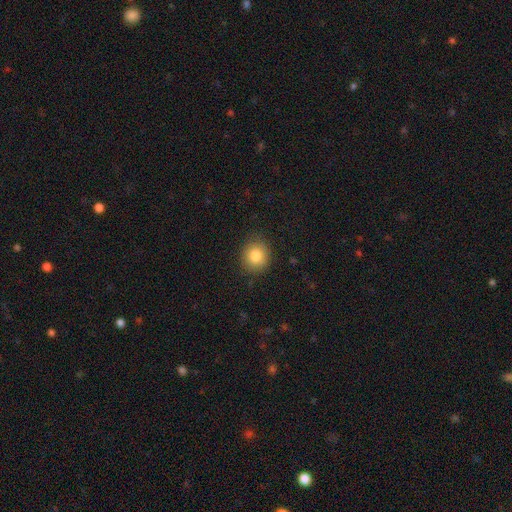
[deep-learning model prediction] Smooth or featured?
  - smooth: 83% *
  - star or artifact: 10%
  - featured or disk: 7%
How rounded?
  - round: 84% *
  - in between: 15%
  - cigar-shaped: 1%
Merging?
  - none: 88% *
  - minor disturbance: 9%
  - major disturbance: 3%
  - merger: 1%